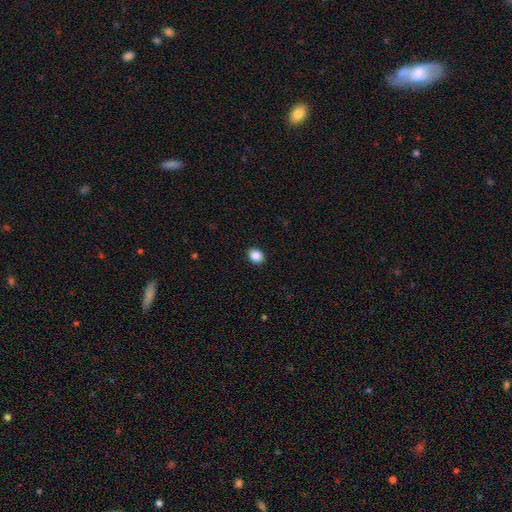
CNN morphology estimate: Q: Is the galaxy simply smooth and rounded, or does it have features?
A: smooth — 88%.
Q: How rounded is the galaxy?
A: round — 50%.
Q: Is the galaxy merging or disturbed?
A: none — 91%.